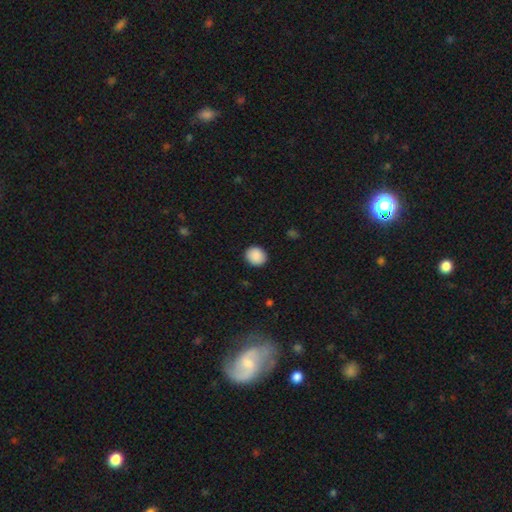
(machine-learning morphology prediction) smooth-or-featured: smooth: 90% | star or artifact: 8% | featured or disk: 2%
  how-rounded: round: 76% | in between: 23% | cigar-shaped: 1%
  merging: none: 91% | minor disturbance: 6% | major disturbance: 2% | merger: 1%